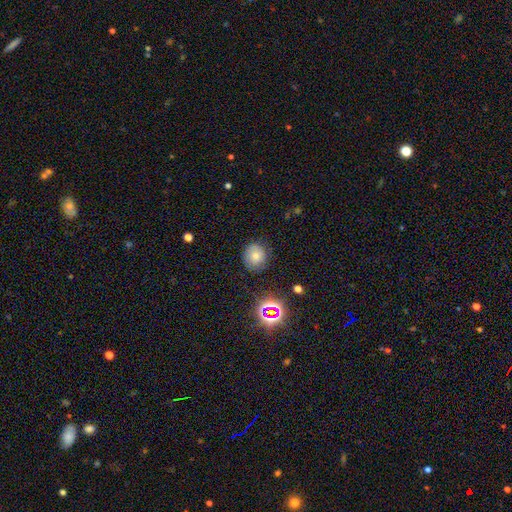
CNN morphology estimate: This is likely a smooth galaxy (63%). How rounded: clearly round (82%). Merging: likely none (80%).